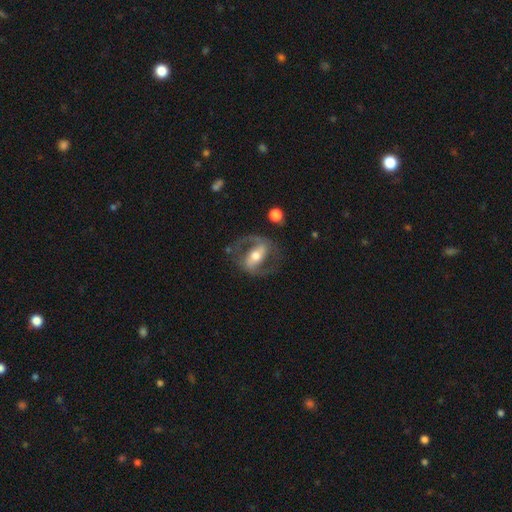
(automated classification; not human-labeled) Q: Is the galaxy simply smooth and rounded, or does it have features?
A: featured or disk — 80%.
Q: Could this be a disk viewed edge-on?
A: no — 94%.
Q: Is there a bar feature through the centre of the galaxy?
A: strong — 55%.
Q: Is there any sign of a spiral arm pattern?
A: yes — 82%.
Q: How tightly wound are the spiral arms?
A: medium — 53%.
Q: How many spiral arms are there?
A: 2 — 87%.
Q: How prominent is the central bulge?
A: moderate — 67%.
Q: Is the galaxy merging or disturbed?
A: none — 69%.